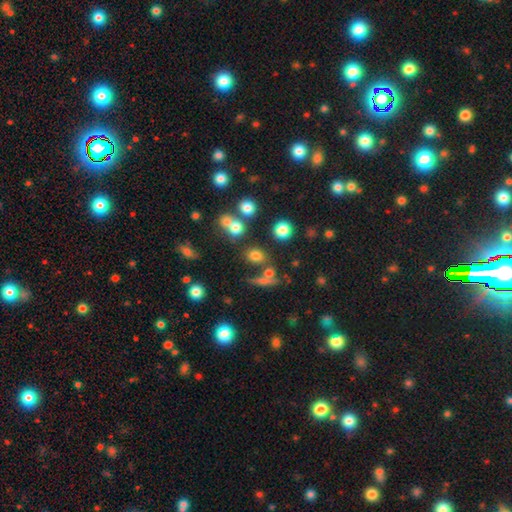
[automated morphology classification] smooth-or-featured: smooth: 72% | star or artifact: 17% | featured or disk: 11%
  how-rounded: round: 60% | in between: 37% | cigar-shaped: 3%
  merging: none: 61% | merger: 21% | minor disturbance: 11% | major disturbance: 6%